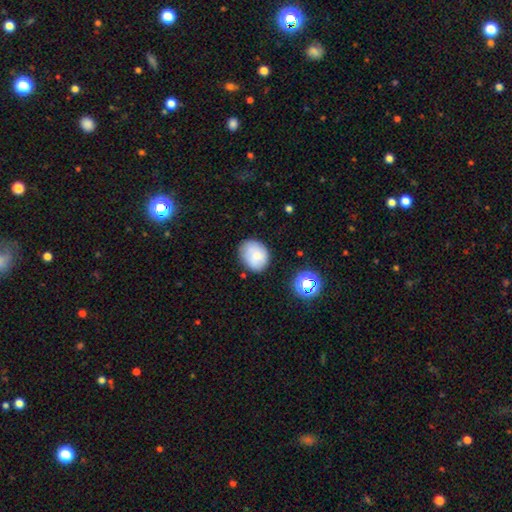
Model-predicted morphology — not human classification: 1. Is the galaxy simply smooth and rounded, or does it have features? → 77% smooth, 13% featured or disk, 9% star or artifact.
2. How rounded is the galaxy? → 53% in between, 46% round, 1% cigar-shaped.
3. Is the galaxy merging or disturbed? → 69% none, 22% minor disturbance, 5% major disturbance, 3% merger.